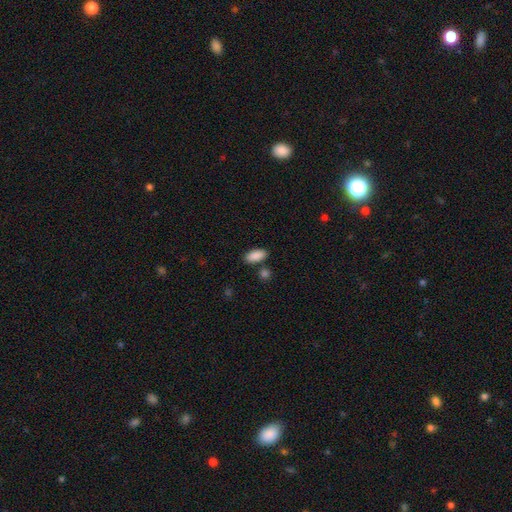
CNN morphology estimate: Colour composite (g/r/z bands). It shows a smooth galaxy with no disk features (89%) that is in between round and cigar-shaped (90%). Merging: none (79%).